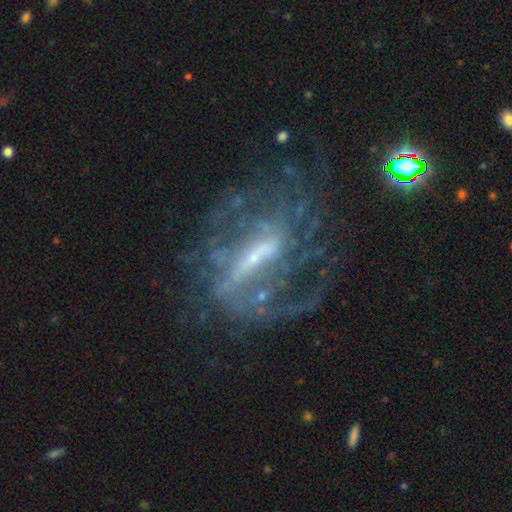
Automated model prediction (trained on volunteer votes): This appears to be a featured or disk galaxy (84%) with a strong bar (57%), medium (41%) spiral arms (86%) and a small central bulge (60%). Merging: none (54%).